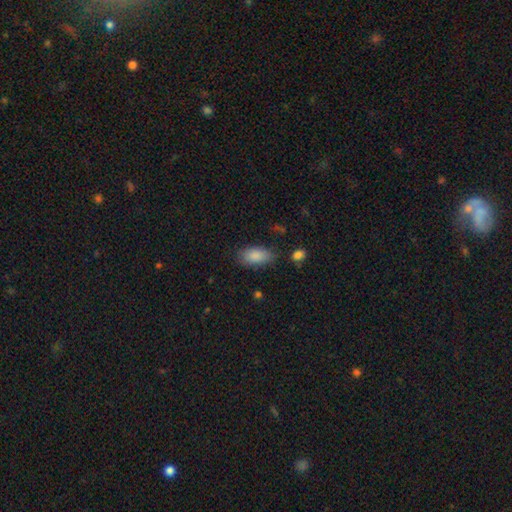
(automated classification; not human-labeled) Morphology: type=smooth (87%); roundness=in between (91%); merging=none (76%).